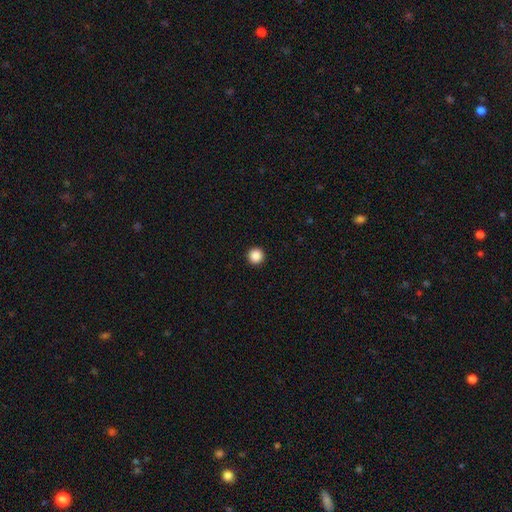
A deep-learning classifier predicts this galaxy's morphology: smooth-or-featured: smooth: 88% | star or artifact: 10% | featured or disk: 2%
  how-rounded: round: 96% | in between: 3% | cigar-shaped: 1%
  merging: none: 94% | minor disturbance: 4% | major disturbance: 1% | merger: 1%